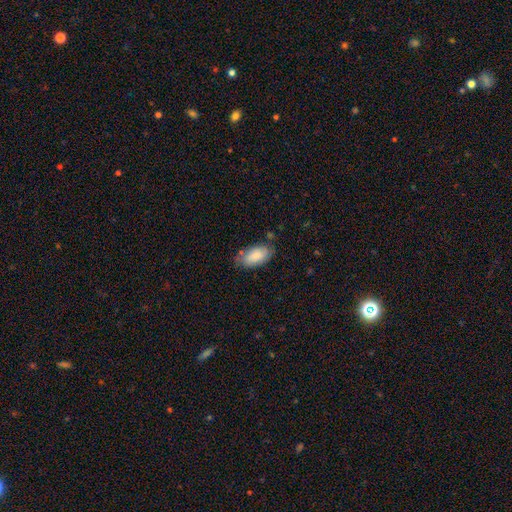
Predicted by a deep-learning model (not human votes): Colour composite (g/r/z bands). It shows a smooth galaxy with no disk features (83%) that is in between round and cigar-shaped (94%). Merging: none (71%).